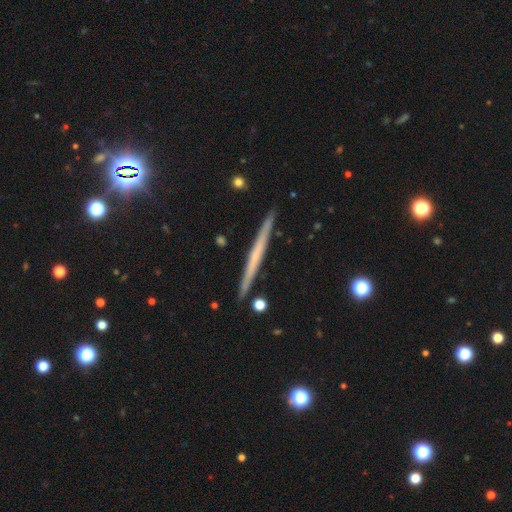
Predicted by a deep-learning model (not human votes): Overall: featured or disk (59%; smooth 33%). Edge-on disk: yes (98%). Edge-on bulge: none (82%). Merging: none (91%).